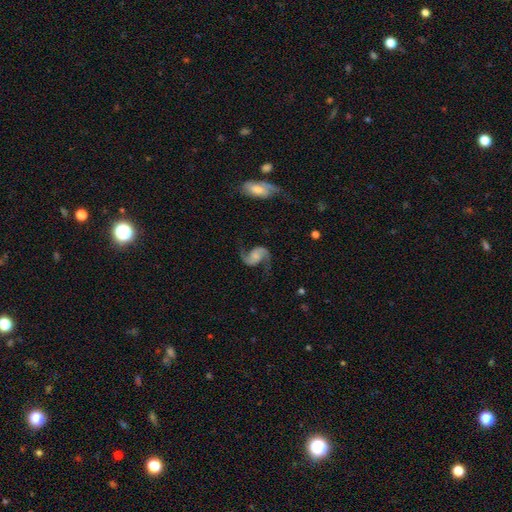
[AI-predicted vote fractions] The model was most divided on "bulge size": small: 35%, none: 32%, moderate: 22%, large: 8%, dominant: 3%. More confident: edge-on disk — no (98%); spiral arms — yes (98%); spiral arm count — 2 (94%); smooth or featured — featured or disk (90%); merging — none (76%); bar — no (60%); spiral winding — loose (58%).